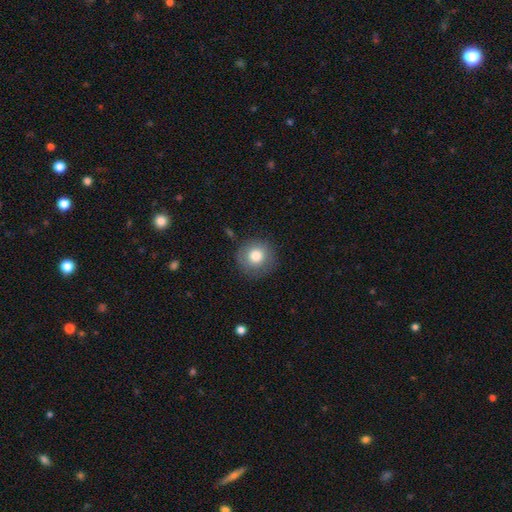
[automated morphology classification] Smooth or featured? smooth (79%)
How rounded? round (94%)
Merging? none (83%)